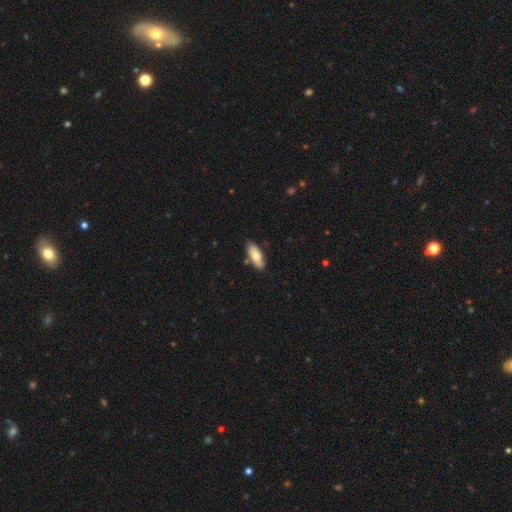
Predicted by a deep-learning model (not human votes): A smooth galaxy with no disk features (73%) that is in between round and cigar-shaped (79%). Merging: none (82%).